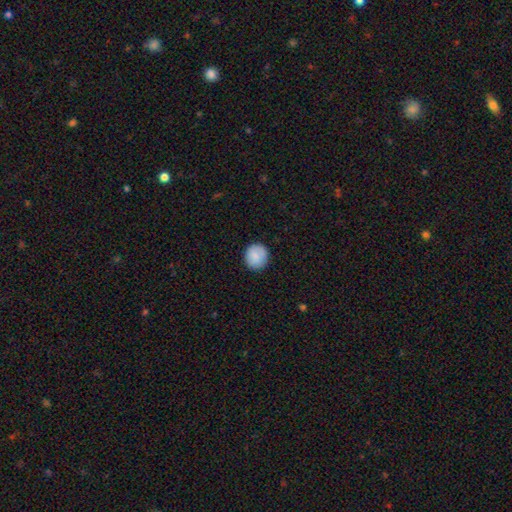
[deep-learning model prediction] Smooth or featured?
  - smooth: 85% *
  - featured or disk: 8%
  - star or artifact: 7%
How rounded?
  - round: 89% *
  - in between: 10%
  - cigar-shaped: 1%
Merging?
  - none: 88% *
  - minor disturbance: 9%
  - major disturbance: 2%
  - merger: 1%